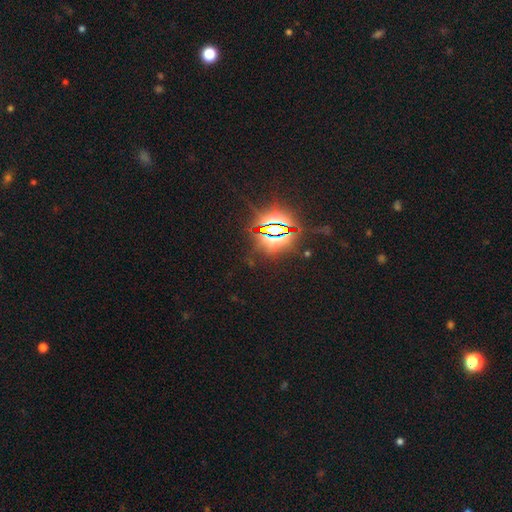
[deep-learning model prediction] Overall: star or artifact (84%).